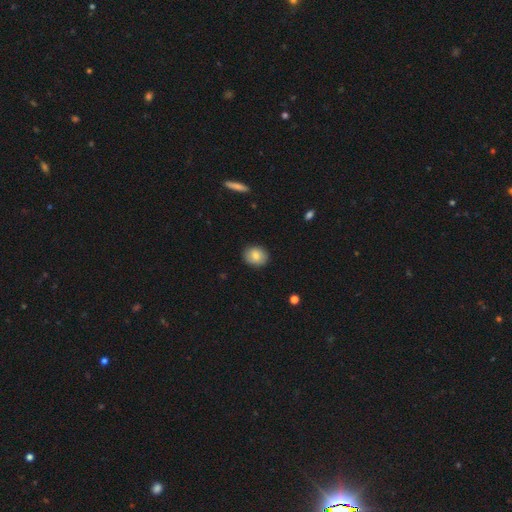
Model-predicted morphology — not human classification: type=smooth (81%); roundness=round (60%); merging=none (88%).